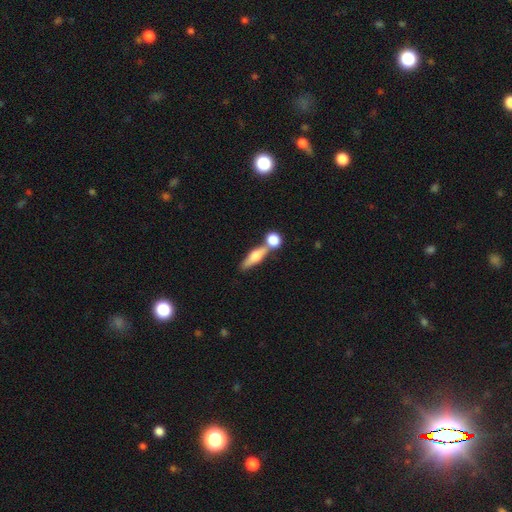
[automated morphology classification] smooth_or_featured: smooth (p=0.55) [alt: featured or disk p=0.37]
how_rounded: cigar-shaped (p=0.45) [tied with: in between p=0.45]
merging: none (p=0.49) [alt: merger p=0.36]